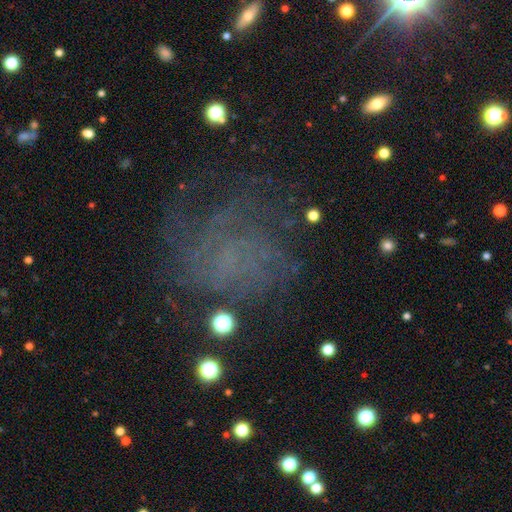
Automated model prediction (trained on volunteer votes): smooth-or-featured: featured or disk: 48% | star or artifact: 28% | smooth: 24%
  merging: none: 57% | major disturbance: 22% | minor disturbance: 19% | merger: 3%